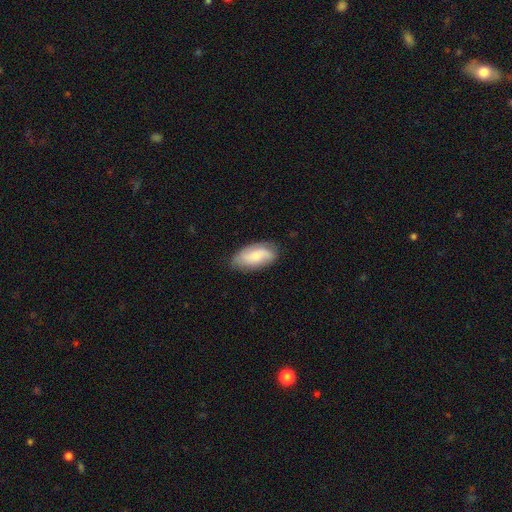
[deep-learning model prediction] smooth-or-featured: smooth: 59% | featured or disk: 34% | star or artifact: 7%
  how-rounded: in between: 91% | cigar-shaped: 6% | round: 3%
  merging: none: 77% | minor disturbance: 18% | major disturbance: 4% | merger: 1%